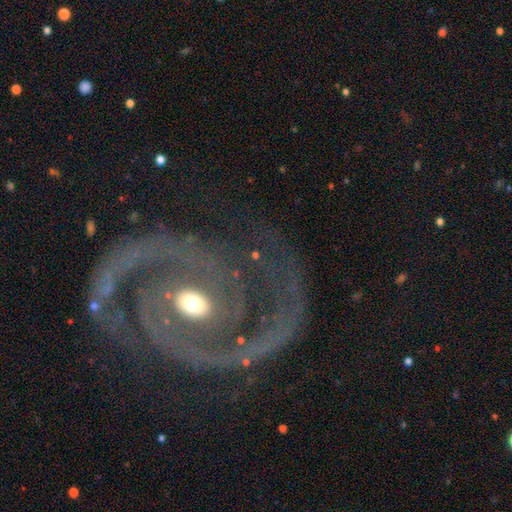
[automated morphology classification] Smooth or featured? Predicted: featured or disk (p=0.77). Edge-on disk? Predicted: no (p=0.96). Bar? Predicted: no (p=0.54). Spiral arms? Predicted: yes (p=0.80). Spiral winding? Predicted: medium (p=0.38, tied with tight). Spiral arm count? Predicted: 2 (p=0.51). Bulge size? Predicted: moderate (p=0.63). Merging? Predicted: none (p=0.58).